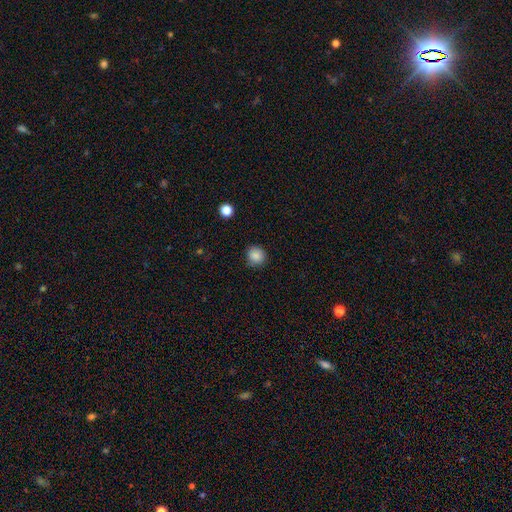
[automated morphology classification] A smooth galaxy with no disk features (87%) that is round (88%). Merging: none (86%).